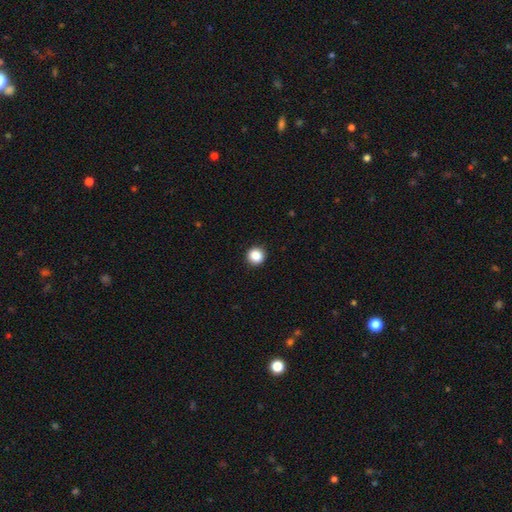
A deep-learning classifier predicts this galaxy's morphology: Smooth or featured? Predicted: smooth (p=0.87). How rounded? Predicted: round (p=0.95). Merging? Predicted: none (p=0.93).